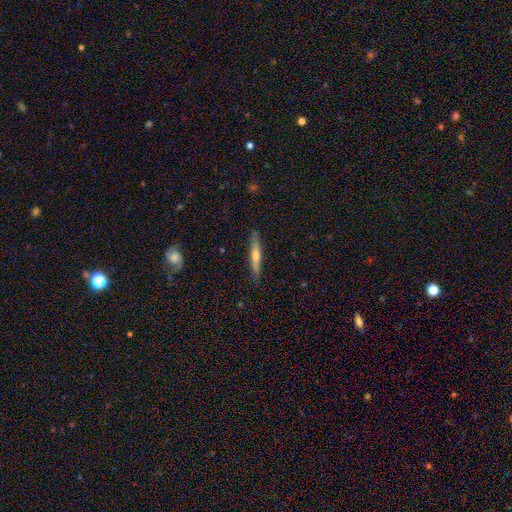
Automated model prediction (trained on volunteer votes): Smooth or featured?
  - featured or disk: 57% *
  - smooth: 37%
  - star or artifact: 6%
Edge-on disk?
  - yes: 95% *
  - no: 5%
Edge-on bulge?
  - rounded: 79% *
  - none: 16%
  - boxy: 4%
Merging?
  - none: 89% *
  - minor disturbance: 8%
  - major disturbance: 2%
  - merger: 1%